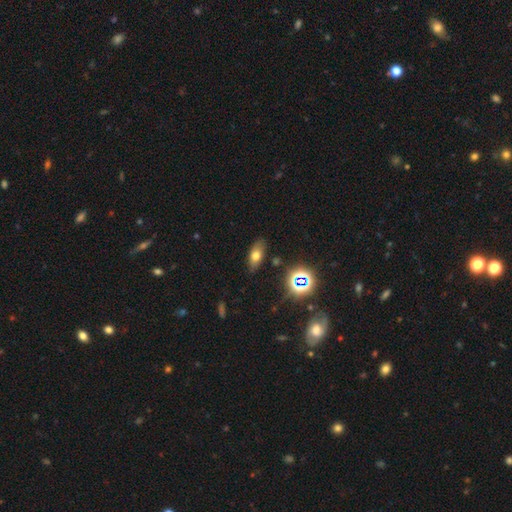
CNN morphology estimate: Smooth or featured?
  - smooth: 64% *
  - featured or disk: 18%
  - star or artifact: 18%
How rounded?
  - in between: 80% *
  - cigar-shaped: 11%
  - round: 9%
Merging?
  - none: 82% *
  - minor disturbance: 13%
  - major disturbance: 3%
  - merger: 2%